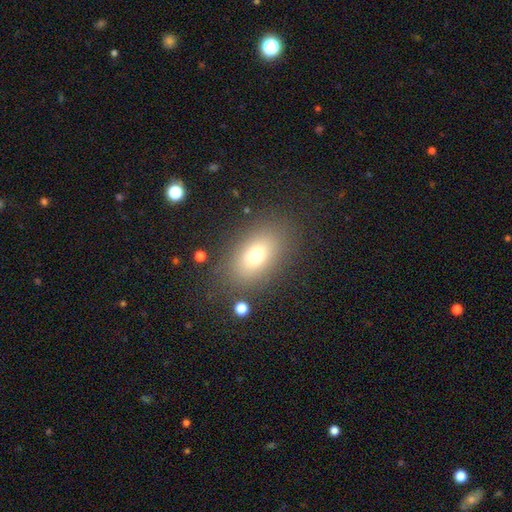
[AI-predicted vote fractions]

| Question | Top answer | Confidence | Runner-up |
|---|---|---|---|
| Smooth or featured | smooth | 70% | featured or disk (16%) |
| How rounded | in between | 82% | round (15%) |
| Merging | none | 81% | minor disturbance (11%) |